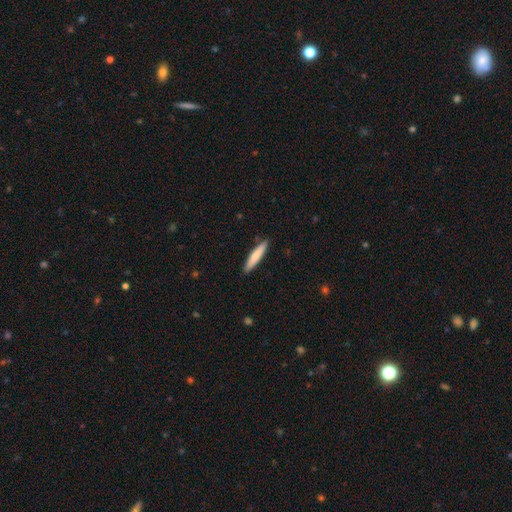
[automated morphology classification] Overall: smooth (77%). How rounded: cigar-shaped (89%). Merging: none (89%).